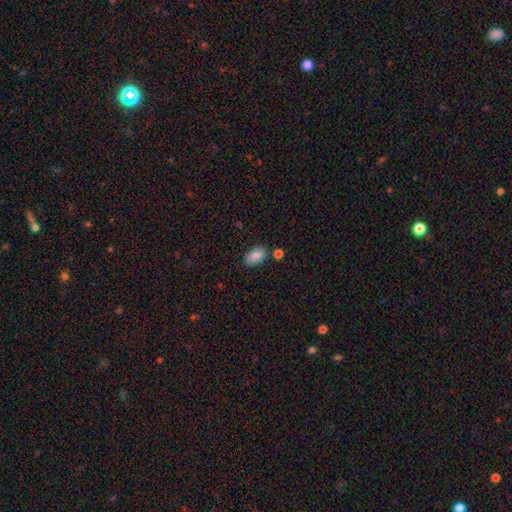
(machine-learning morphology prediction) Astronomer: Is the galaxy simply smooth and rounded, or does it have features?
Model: smooth — 83%.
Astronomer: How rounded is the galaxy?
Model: in between — 91%.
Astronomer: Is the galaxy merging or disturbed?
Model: none — 78%.